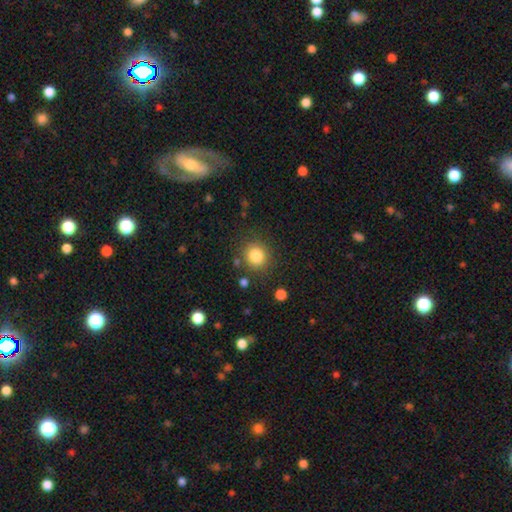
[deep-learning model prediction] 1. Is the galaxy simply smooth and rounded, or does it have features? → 83% smooth, 11% star or artifact, 6% featured or disk.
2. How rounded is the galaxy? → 87% round, 13% in between, 1% cigar-shaped.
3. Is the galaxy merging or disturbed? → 83% none, 9% minor disturbance, 4% major disturbance, 4% merger.